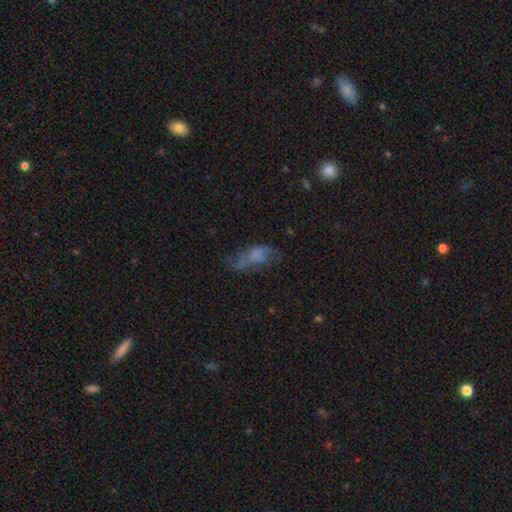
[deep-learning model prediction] Overall: smooth (51%; featured or disk 35%). How rounded: in between (78%). Merging: none (37%; major disturbance 30%).